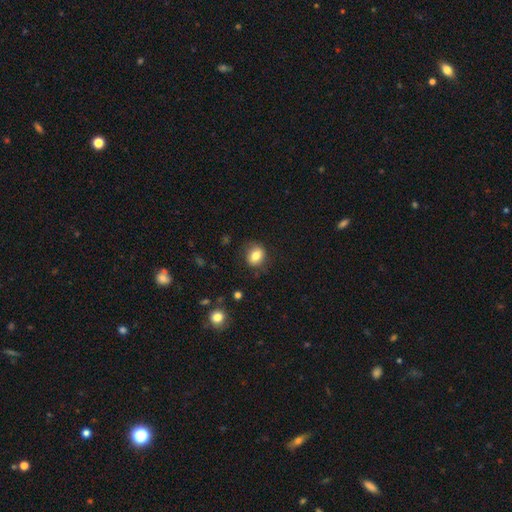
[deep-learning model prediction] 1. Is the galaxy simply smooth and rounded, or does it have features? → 80% smooth, 11% featured or disk, 10% star or artifact.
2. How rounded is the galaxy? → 53% round, 46% in between, 1% cigar-shaped.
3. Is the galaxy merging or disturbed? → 80% none, 14% minor disturbance, 4% major disturbance, 1% merger.